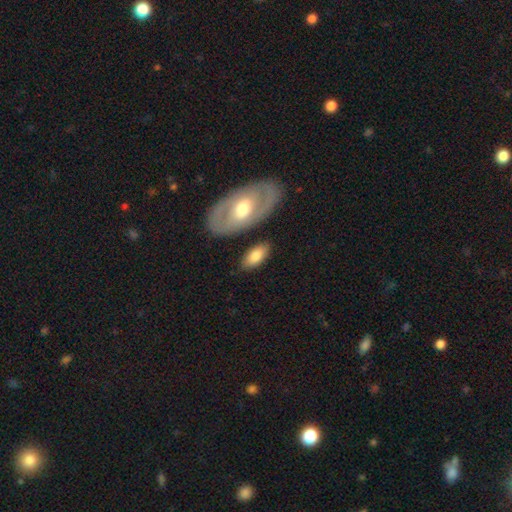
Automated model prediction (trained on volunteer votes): The model was most divided on "smooth or featured": smooth: 74%, featured or disk: 21%, star or artifact: 5%. More confident: how rounded — in between (91%); merging — none (78%).